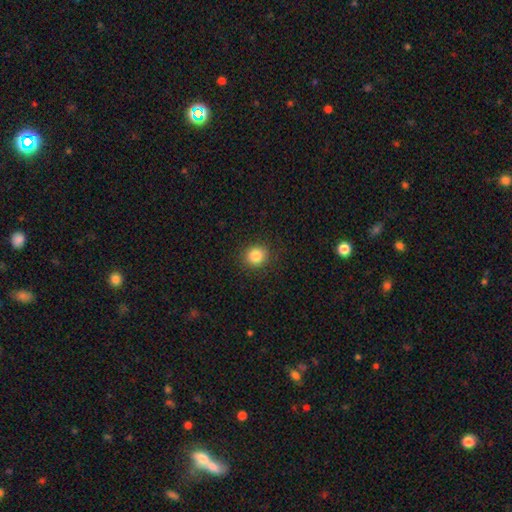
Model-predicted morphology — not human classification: The model was most divided on "how rounded": round: 85%, in between: 14%, cigar-shaped: 1%. More confident: merging — none (90%); smooth or featured — smooth (84%).